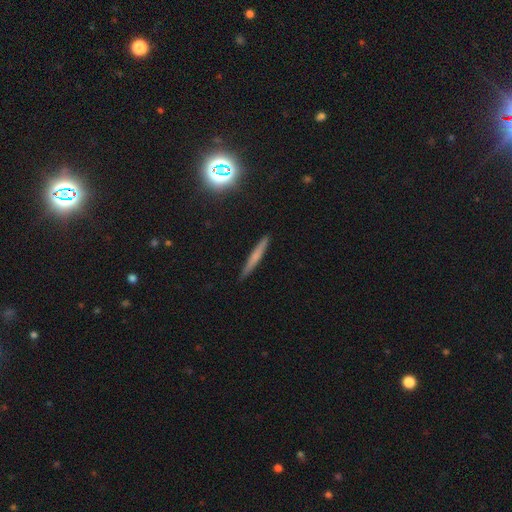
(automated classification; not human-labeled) A smooth galaxy with no disk features (54%) that is cigar-shaped (94%). Merging: none (89%).